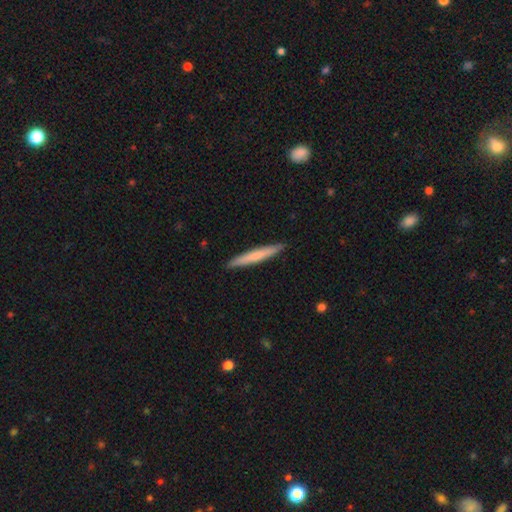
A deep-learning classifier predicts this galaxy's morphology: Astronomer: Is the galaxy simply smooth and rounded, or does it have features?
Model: smooth — 66%.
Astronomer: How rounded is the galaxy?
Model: cigar-shaped — 96%.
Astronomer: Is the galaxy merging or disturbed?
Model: none — 92%.